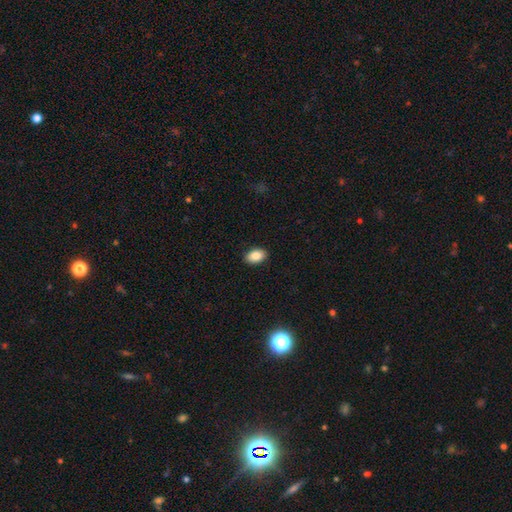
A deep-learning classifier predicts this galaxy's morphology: This appears to be a smooth galaxy with no disk features (87%) that is in between round and cigar-shaped (89%). Merging: none (90%).